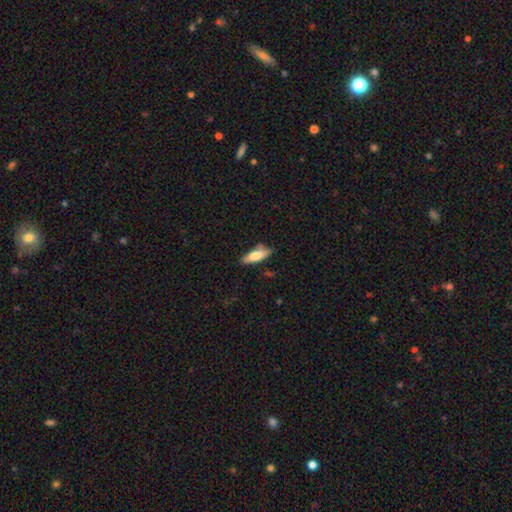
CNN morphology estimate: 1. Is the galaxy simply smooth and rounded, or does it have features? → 69% smooth, 24% featured or disk, 6% star or artifact.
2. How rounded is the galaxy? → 52% in between, 46% cigar-shaped, 2% round.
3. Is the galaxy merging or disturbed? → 73% none, 19% minor disturbance, 5% merger, 4% major disturbance.